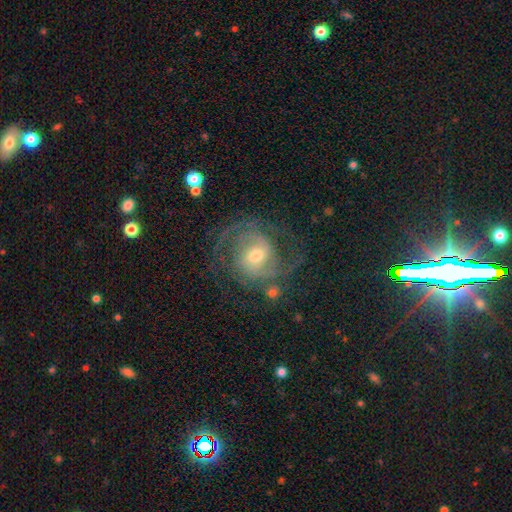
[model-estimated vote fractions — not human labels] Smooth or featured? Predicted: featured or disk (p=0.86). Edge-on disk? Predicted: no (p=0.98). Bar? Predicted: weak (p=0.46). Spiral arms? Predicted: yes (p=0.95). Spiral winding? Predicted: medium (p=0.50). Spiral arm count? Predicted: 2 (p=0.66). Bulge size? Predicted: moderate (p=0.56). Merging? Predicted: none (p=0.67).